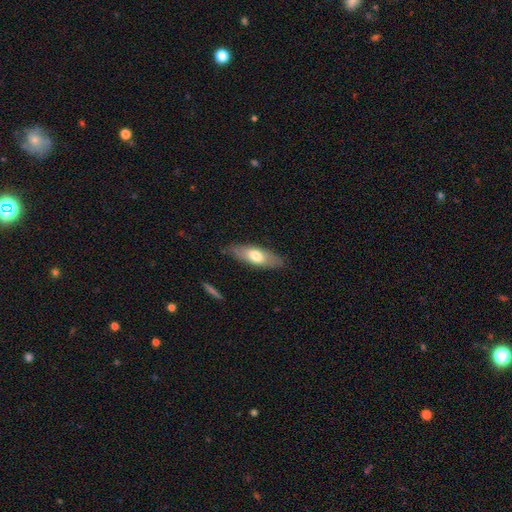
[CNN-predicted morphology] Smooth or featured? Predicted: smooth (p=0.64). How rounded? Predicted: in between (p=0.64). Merging? Predicted: none (p=0.83).